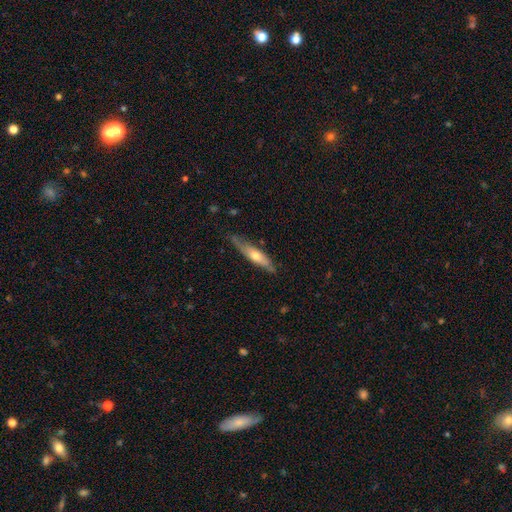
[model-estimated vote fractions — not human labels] A featured or disk galaxy (49%). Merging: none (66%).